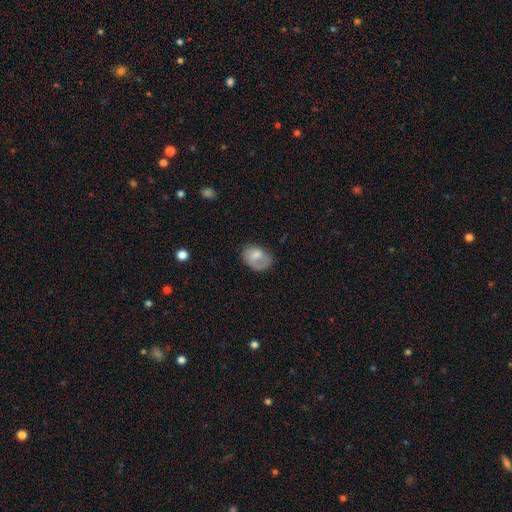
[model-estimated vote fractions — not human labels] This is likely a smooth galaxy (67%). How rounded: likely in between (76%). Merging: possibly none (51%).